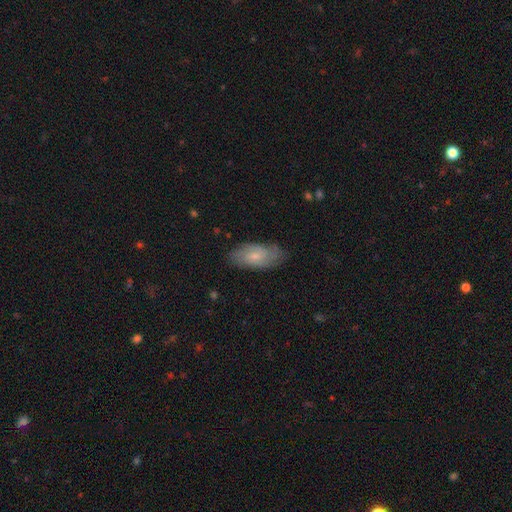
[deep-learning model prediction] This appears to be a featured or disk galaxy (51%). Merging: none (75%).